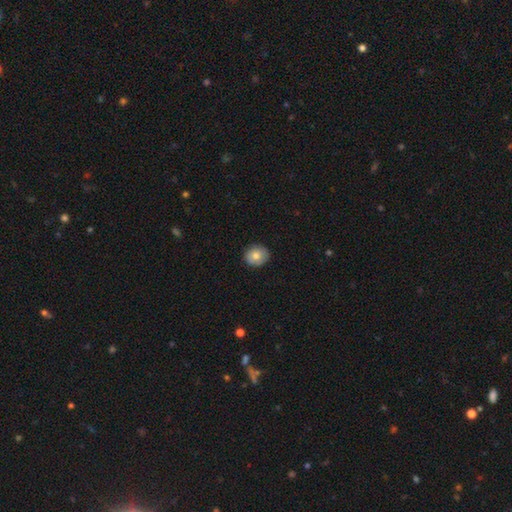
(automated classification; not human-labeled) Smooth or featured?
  - smooth: 78% *
  - featured or disk: 15%
  - star or artifact: 8%
How rounded?
  - round: 77% *
  - in between: 22%
  - cigar-shaped: 1%
Merging?
  - none: 87% *
  - minor disturbance: 10%
  - major disturbance: 2%
  - merger: 1%